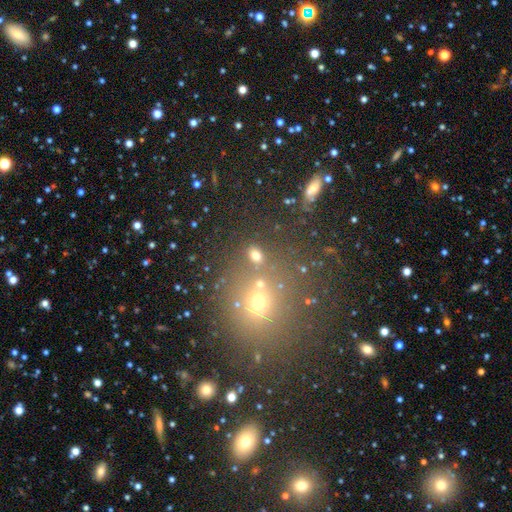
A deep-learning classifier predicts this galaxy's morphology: Smooth or featured? Predicted: smooth (p=0.68). How rounded? Predicted: in between (p=0.54). Merging? Predicted: none (p=0.70).